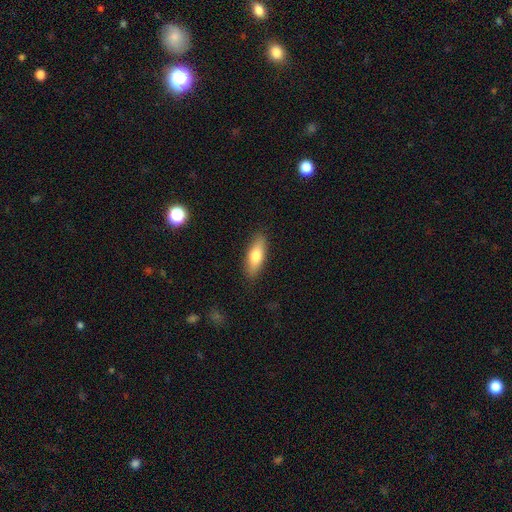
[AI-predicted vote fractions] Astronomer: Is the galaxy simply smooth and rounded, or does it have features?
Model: smooth — 73%.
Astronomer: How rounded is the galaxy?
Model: in between — 64%.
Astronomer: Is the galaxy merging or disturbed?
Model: none — 87%.